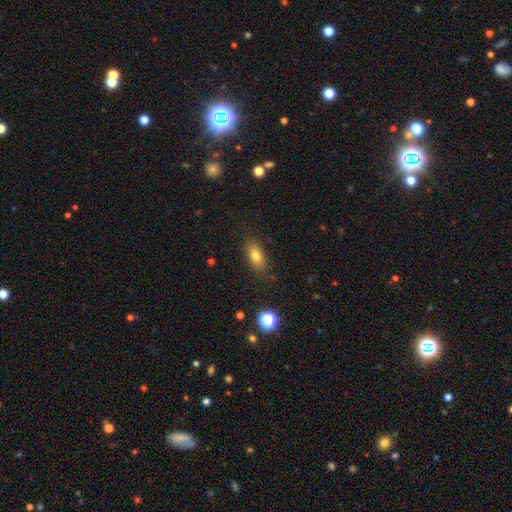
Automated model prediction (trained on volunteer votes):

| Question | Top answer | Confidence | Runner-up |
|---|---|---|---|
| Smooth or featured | smooth | 75% | featured or disk (14%) |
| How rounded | in between | 78% | cigar-shaped (14%) |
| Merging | none | 83% | minor disturbance (12%) |